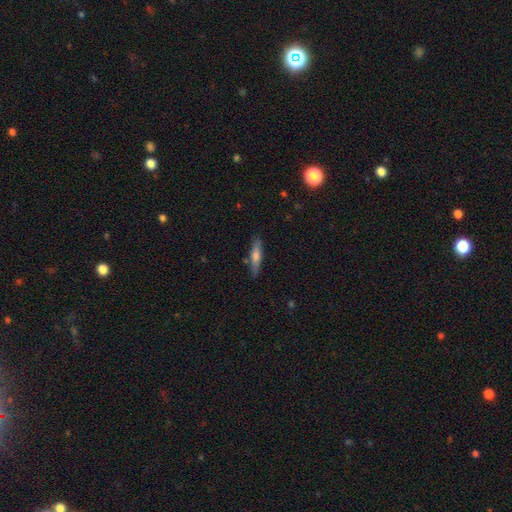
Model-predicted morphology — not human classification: Smooth or featured?
  - smooth: 56% *
  - featured or disk: 37%
  - star or artifact: 7%
How rounded?
  - cigar-shaped: 83% *
  - in between: 15%
  - round: 2%
Merging?
  - none: 85% *
  - minor disturbance: 11%
  - merger: 2%
  - major disturbance: 2%